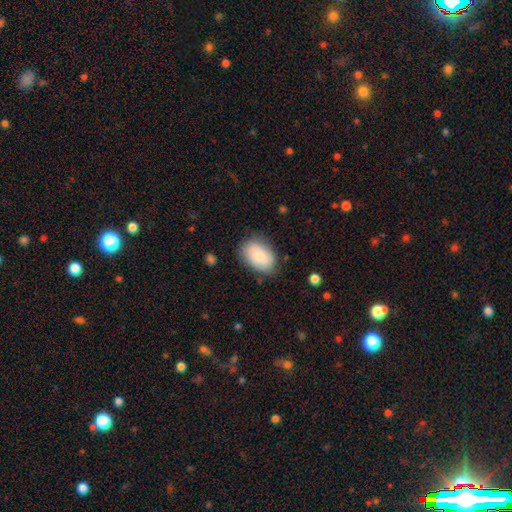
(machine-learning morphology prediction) Overall: smooth (84%). How rounded: in between (87%). Merging: none (75%).